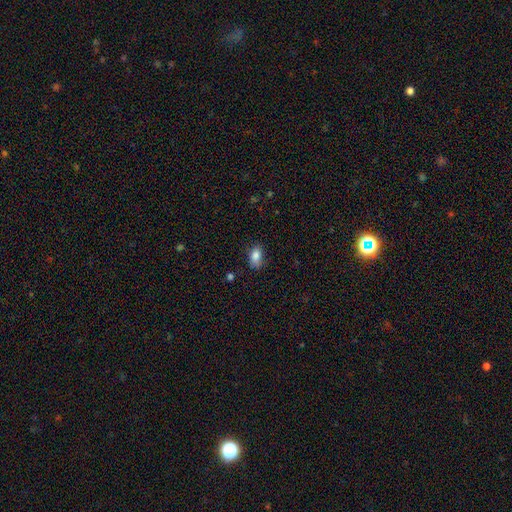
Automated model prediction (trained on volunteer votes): Smooth or featured? Predicted: smooth (p=0.84). How rounded? Predicted: in between (p=0.87). Merging? Predicted: none (p=0.73).